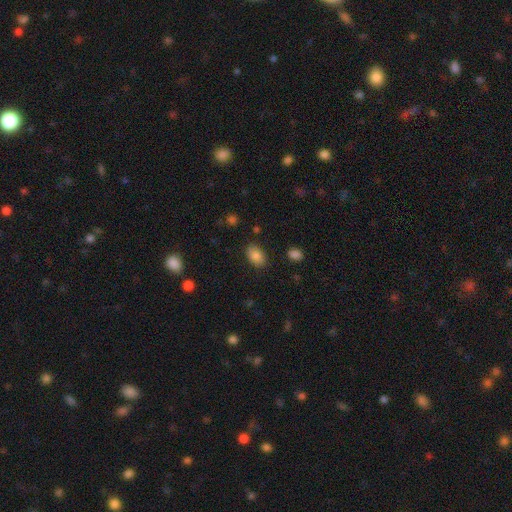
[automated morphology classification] smooth-or-featured: smooth: 84% | star or artifact: 8% | featured or disk: 8%
  how-rounded: in between: 88% | round: 11% | cigar-shaped: 1%
  merging: none: 84% | minor disturbance: 12% | major disturbance: 3% | merger: 2%